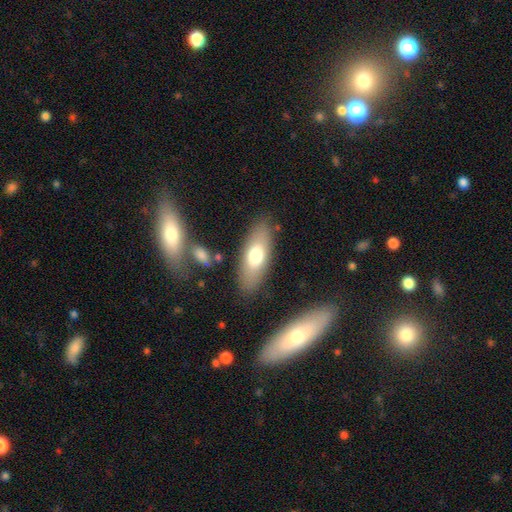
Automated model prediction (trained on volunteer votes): Smooth or featured? smooth (69%)
How rounded? in between (74%)
Merging? none (83%)